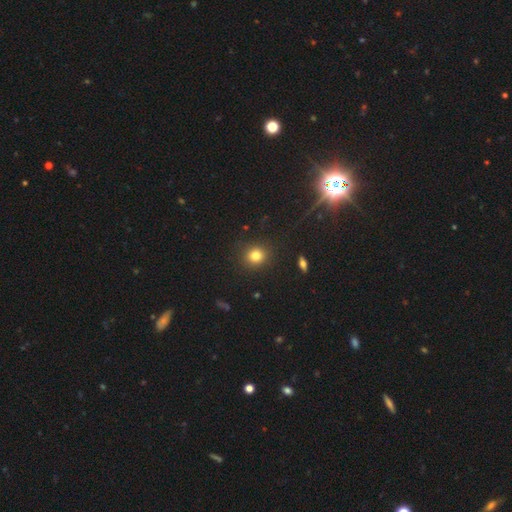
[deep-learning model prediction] The model was most divided on "smooth or featured": smooth: 81%, star or artifact: 13%, featured or disk: 6%. More confident: merging — none (89%); how rounded — round (85%).